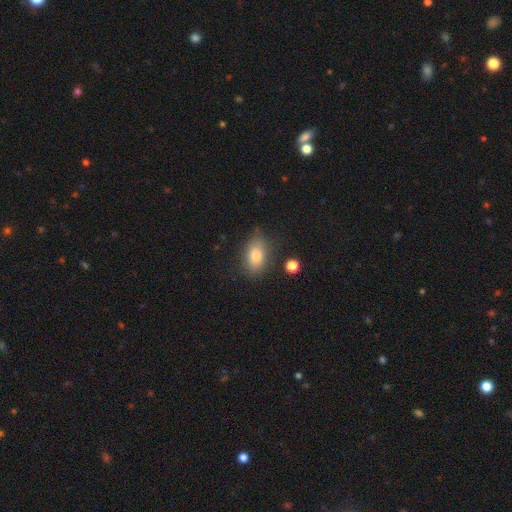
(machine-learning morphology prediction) Overall: smooth (82%). How rounded: in between (87%). Merging: none (74%).